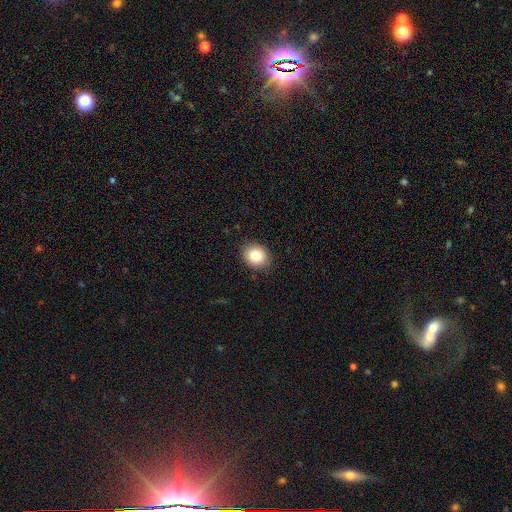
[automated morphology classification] This appears to be a smooth galaxy with no disk features (83%) that is round (57%). Merging: none (88%).